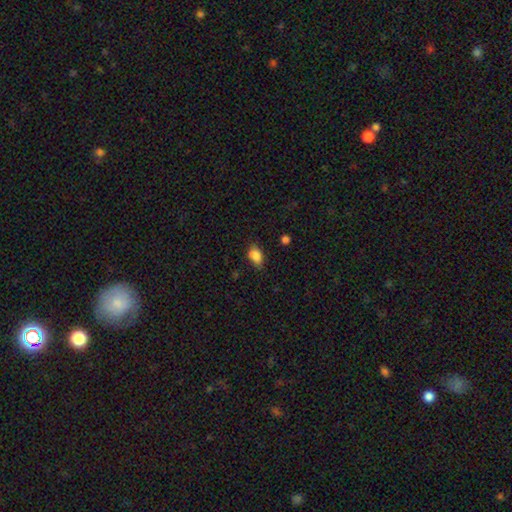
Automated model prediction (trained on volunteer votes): This appears to be a smooth galaxy with no disk features (85%) that is in between round and cigar-shaped (86%). Merging: none (76%).